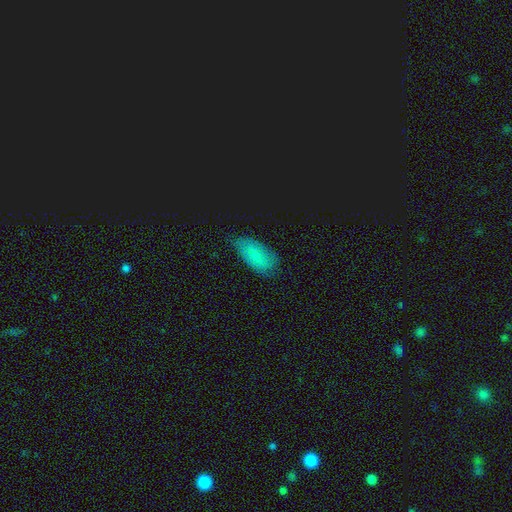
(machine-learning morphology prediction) Smooth or featured? Predicted: smooth (p=0.65). How rounded? Predicted: in between (p=0.91). Merging? Predicted: none (p=0.71).